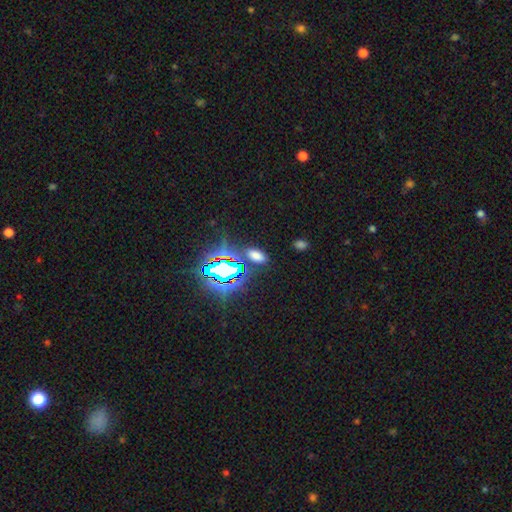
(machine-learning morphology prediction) Q: Smooth or featured?
A: smooth (60%); runner-up: star or artifact (33%)
Q: How rounded?
A: in between (90%); runner-up: round (6%)
Q: Merging?
A: none (82%); runner-up: minor disturbance (10%)